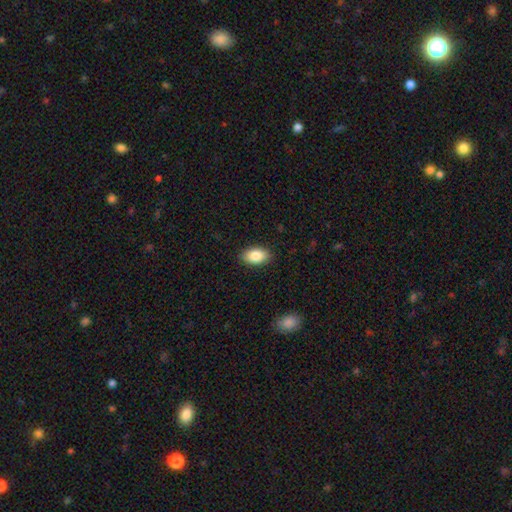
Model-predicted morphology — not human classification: Overall: smooth (86%). How rounded: in between (92%). Merging: none (88%).